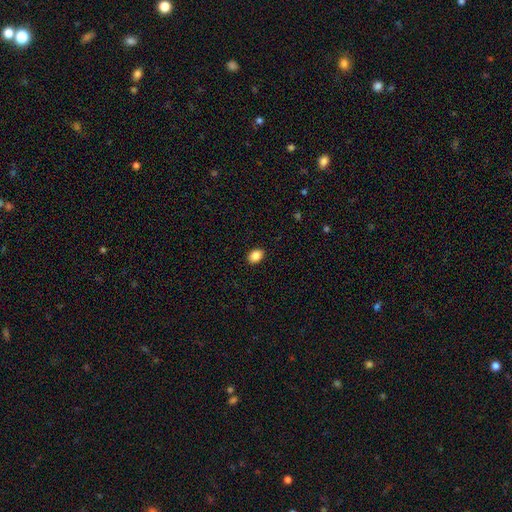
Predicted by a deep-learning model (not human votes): smooth 88%, star or artifact 9%, featured or disk 4%. Down the decision tree: how rounded — in between (77%); merging — none (90%).